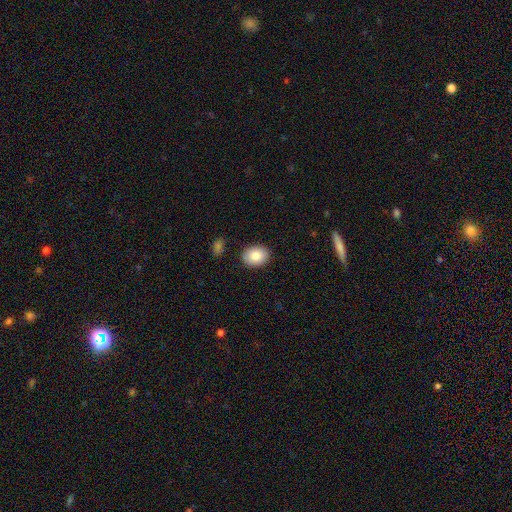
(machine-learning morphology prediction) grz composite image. It shows a smooth galaxy with no disk features (86%) that is in between round and cigar-shaped (64%). Merging: none (88%).